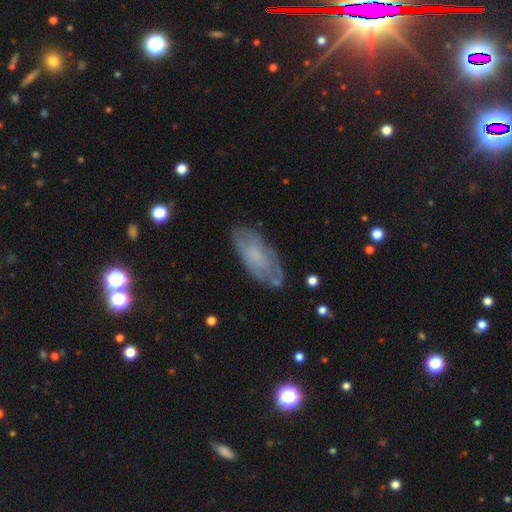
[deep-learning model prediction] A smooth galaxy with no disk features (47%).

Vote fractions:
- Smooth or featured? smooth: 47% / featured or disk: 45% / star or artifact: 8%
- Merging? none: 70% / minor disturbance: 21% / major disturbance: 7% / merger: 2%